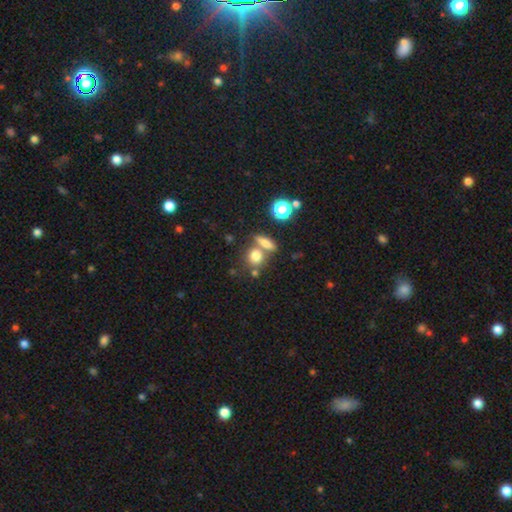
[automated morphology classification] The model was most divided on "merging": none: 54%, merger: 33%, minor disturbance: 10%, major disturbance: 4%. More confident: smooth or featured — smooth (74%); how rounded — round (70%).